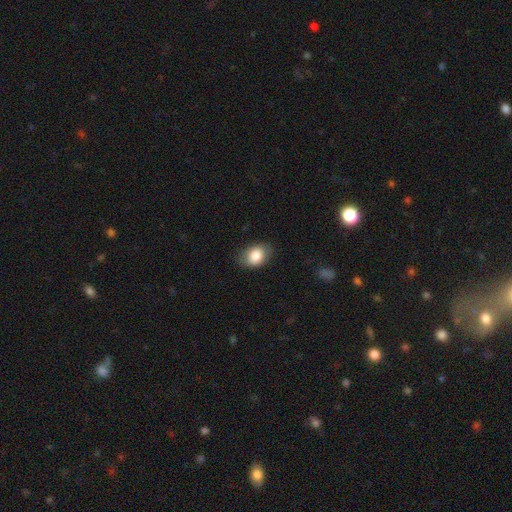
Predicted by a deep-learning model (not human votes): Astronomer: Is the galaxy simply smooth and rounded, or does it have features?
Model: smooth — 82%.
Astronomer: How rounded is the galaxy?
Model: in between — 74%.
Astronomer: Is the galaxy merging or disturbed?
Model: none — 80%.